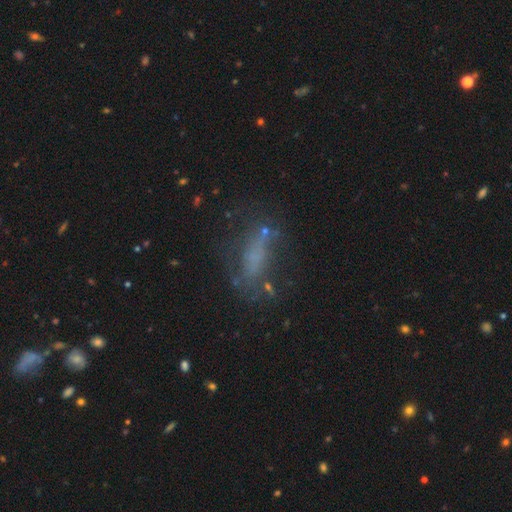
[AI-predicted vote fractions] A featured or disk galaxy (40%).

Vote fractions:
- Smooth or featured? featured or disk: 40% / smooth: 39% / star or artifact: 21%
- Merging? none: 50% / major disturbance: 23% / minor disturbance: 21% / merger: 6%